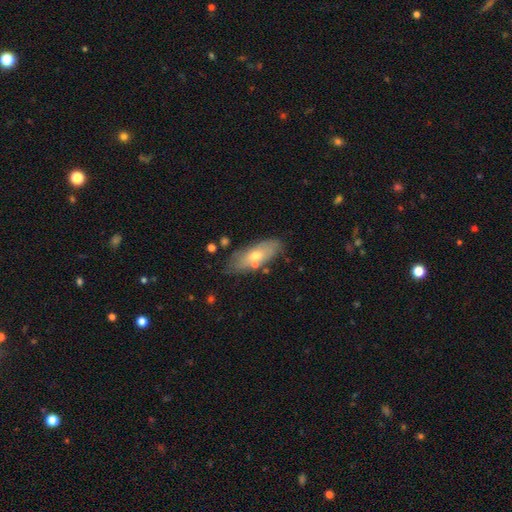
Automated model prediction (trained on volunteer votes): This is possibly a smooth galaxy (52%). How rounded: likely in between (70%). Merging: likely none (72%).